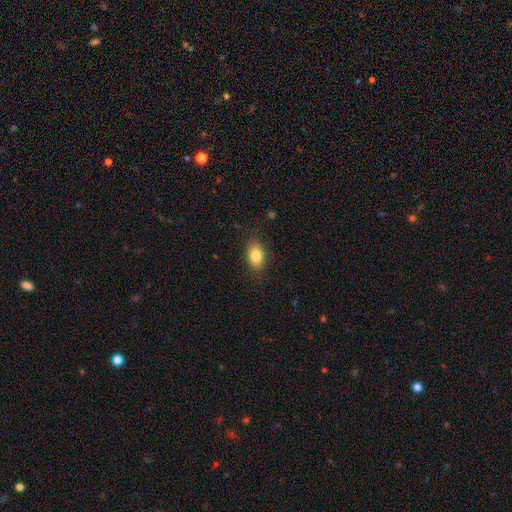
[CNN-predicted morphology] A smooth galaxy with no disk features (83%) that is in between round and cigar-shaped (88%).

Vote fractions:
- Smooth or featured? smooth: 83% / featured or disk: 9% / star or artifact: 8%
- How rounded? in between: 88% / round: 10% / cigar-shaped: 2%
- Merging? none: 86% / minor disturbance: 11% / major disturbance: 3% / merger: 1%